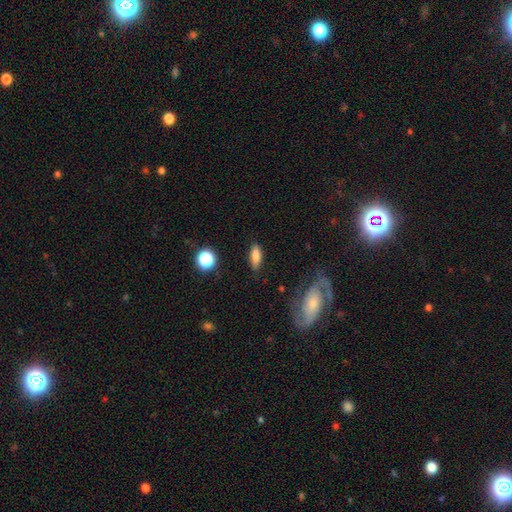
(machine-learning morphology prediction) A smooth galaxy with no disk features (79%) that is in between round and cigar-shaped (59%). Merging: none (84%).